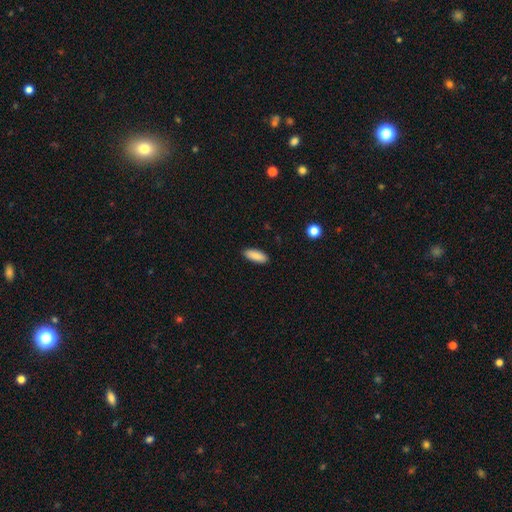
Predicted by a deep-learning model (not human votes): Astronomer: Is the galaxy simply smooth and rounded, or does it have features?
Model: smooth — 88%.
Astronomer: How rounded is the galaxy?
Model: in between — 76%.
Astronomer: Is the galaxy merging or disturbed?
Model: none — 89%.